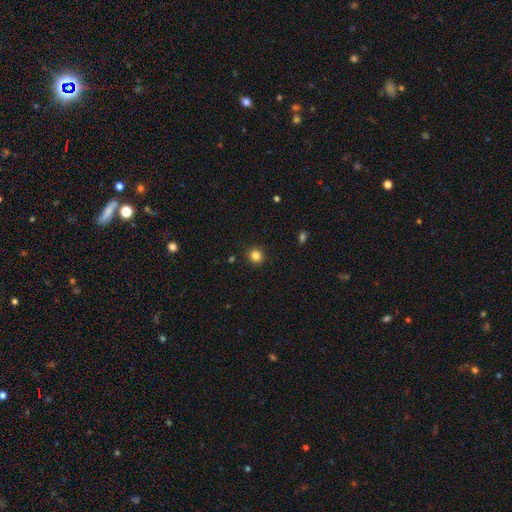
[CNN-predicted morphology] Q: Smooth or featured?
A: smooth (83%); runner-up: star or artifact (13%)
Q: How rounded?
A: round (93%); runner-up: in between (6%)
Q: Merging?
A: none (92%); runner-up: minor disturbance (5%)